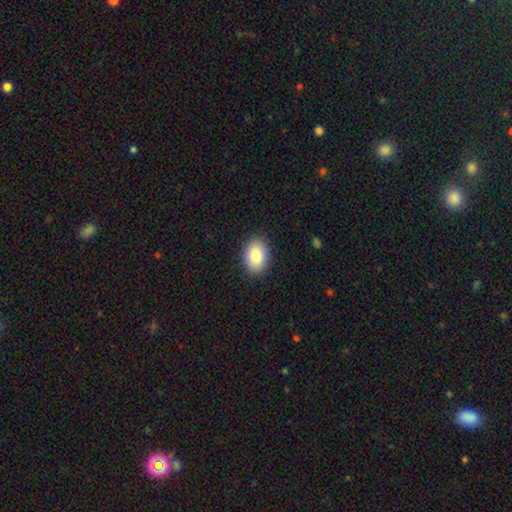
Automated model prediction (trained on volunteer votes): The model was most divided on "how rounded": in between: 83%, round: 16%, cigar-shaped: 1%. More confident: merging — none (89%); smooth or featured — smooth (85%).